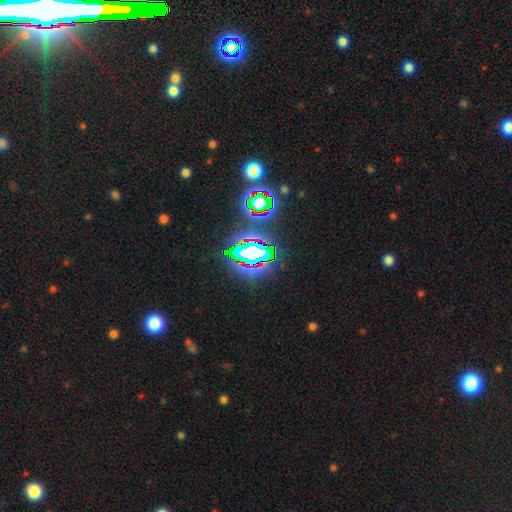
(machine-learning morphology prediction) A star or artifact, not a galaxy (80%).

Vote fractions:
- Smooth or featured? star or artifact: 80% / smooth: 11% / featured or disk: 9%